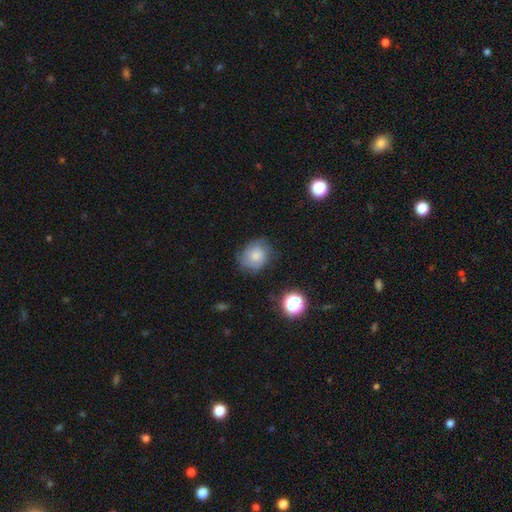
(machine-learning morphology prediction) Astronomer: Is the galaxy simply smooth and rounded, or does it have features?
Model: smooth — 67%.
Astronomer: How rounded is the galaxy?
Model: round — 67%.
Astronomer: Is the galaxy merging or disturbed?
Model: none — 64%.